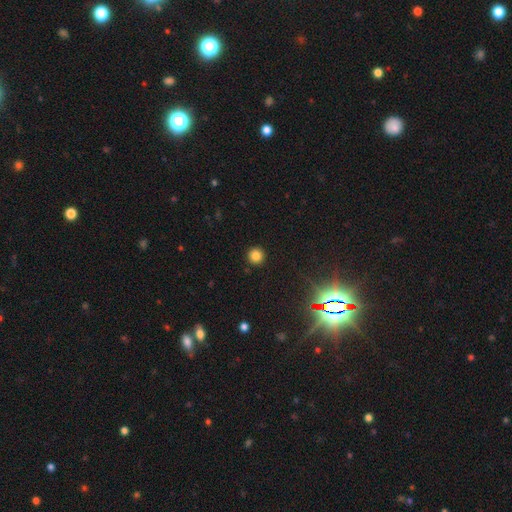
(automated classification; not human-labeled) Smooth or featured? smooth (81%)
How rounded? round (95%)
Merging? none (92%)